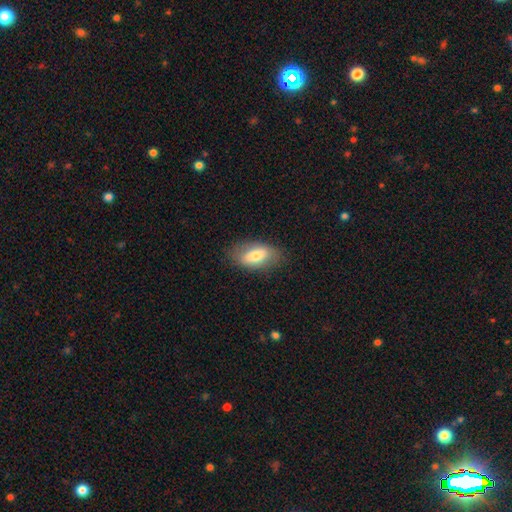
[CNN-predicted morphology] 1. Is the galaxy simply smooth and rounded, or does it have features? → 72% smooth, 22% featured or disk, 7% star or artifact.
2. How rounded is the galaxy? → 90% in between, 5% round, 5% cigar-shaped.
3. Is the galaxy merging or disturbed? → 81% none, 14% minor disturbance, 4% major disturbance, 1% merger.